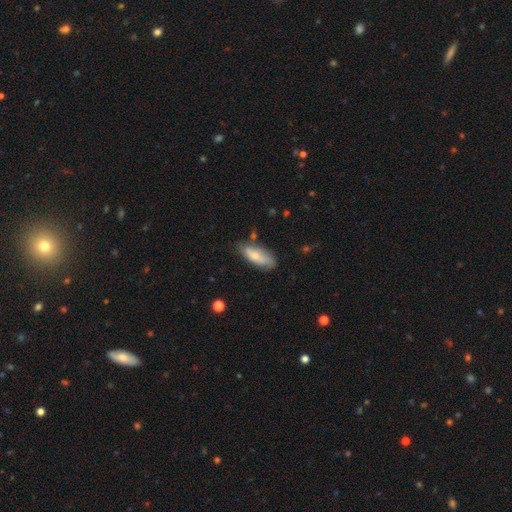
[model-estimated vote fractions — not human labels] The model was most divided on "merging": none: 65%, minor disturbance: 25%, major disturbance: 5%, merger: 5%. More confident: how rounded — in between (72%); smooth or featured — smooth (71%).